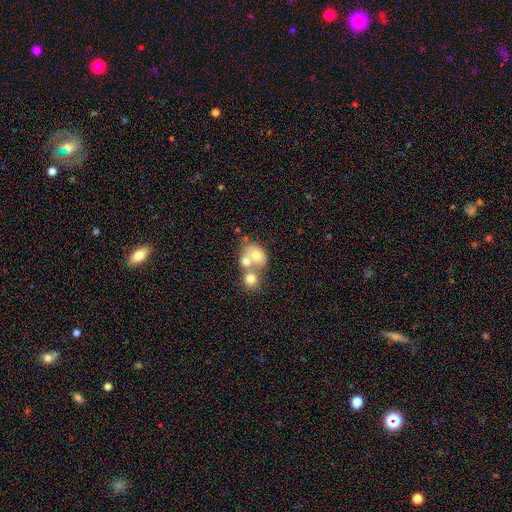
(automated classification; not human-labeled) A smooth galaxy with no disk features (64%) that is round (57%).

Vote fractions:
- Smooth or featured? smooth: 64% / featured or disk: 25% / star or artifact: 10%
- How rounded? round: 57% / in between: 42% / cigar-shaped: 1%
- Merging? merger: 62% / none: 26% / minor disturbance: 8% / major disturbance: 5%